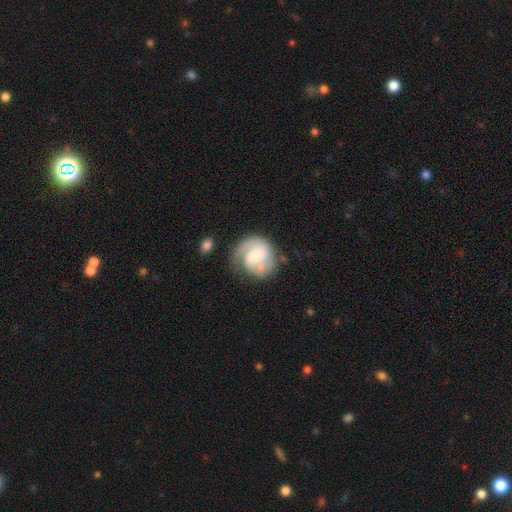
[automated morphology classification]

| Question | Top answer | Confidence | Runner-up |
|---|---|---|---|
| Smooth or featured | featured or disk | 77% | smooth (18%) |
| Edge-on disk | no | 98% | yes (2%) |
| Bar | no | 51% | weak (40%) |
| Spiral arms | yes | 94% | no (6%) |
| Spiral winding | medium | 44% | tight (37%) |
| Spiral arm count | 2 | 54% | 1 (30%) |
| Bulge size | moderate | 50% | small (40%) |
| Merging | none | 63% | minor disturbance (20%) |